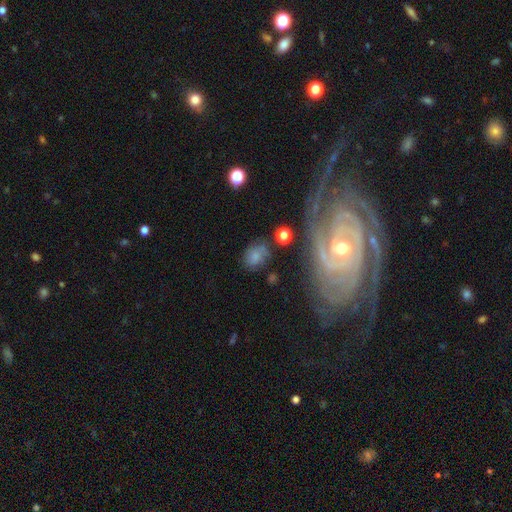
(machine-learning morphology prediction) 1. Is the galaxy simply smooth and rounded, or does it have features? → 65% smooth, 20% featured or disk, 16% star or artifact.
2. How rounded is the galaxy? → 63% in between, 35% round, 2% cigar-shaped.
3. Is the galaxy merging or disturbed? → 54% none, 25% minor disturbance, 14% major disturbance, 7% merger.